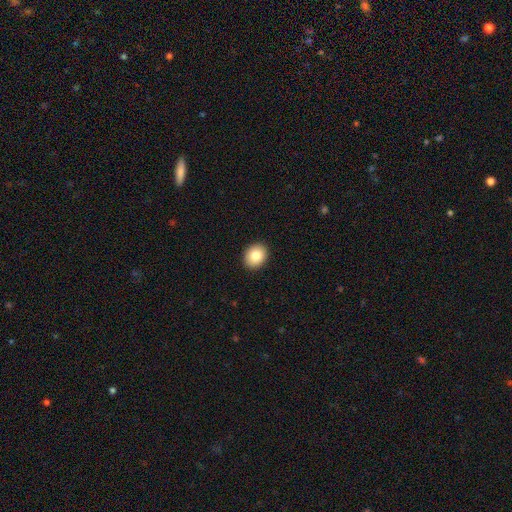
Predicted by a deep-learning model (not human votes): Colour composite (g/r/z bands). It shows a smooth galaxy with no disk features (85%) that is round (54%). Merging: none (92%).